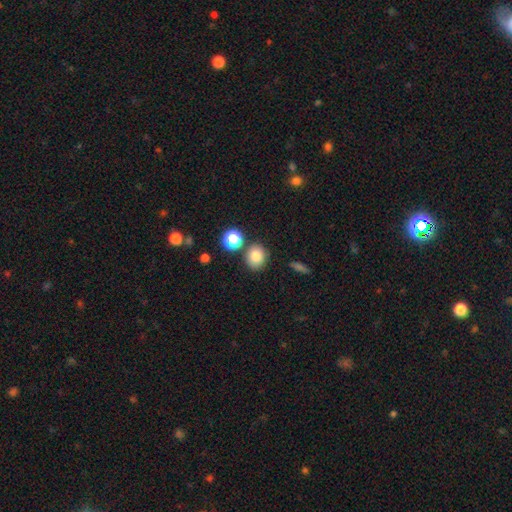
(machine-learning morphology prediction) Smooth or featured: smooth — 82% (star or artifact — 12%)
How rounded: round — 67% (in between — 32%)
Merging: none — 77% (minor disturbance — 11%)